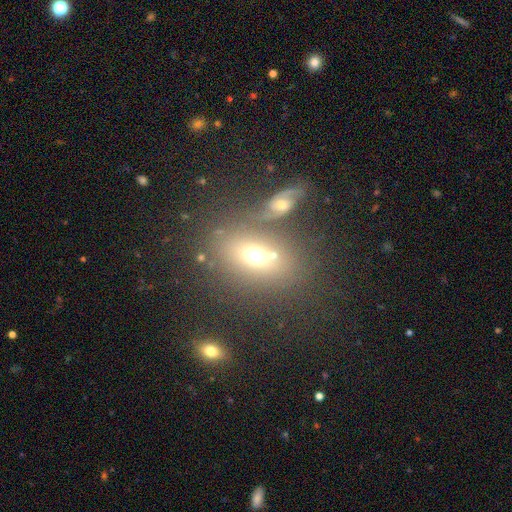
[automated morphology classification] type=smooth (62%); roundness=in between (69%); merging=none (58%).